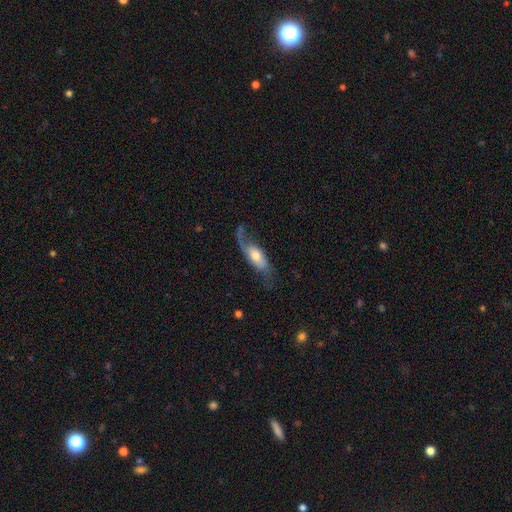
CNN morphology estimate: Q: Smooth or featured?
A: featured or disk (57%); runner-up: smooth (37%)
Q: Edge-on disk?
A: no (78%); runner-up: yes (22%)
Q: Merging?
A: none (46%); runner-up: major disturbance (26%)